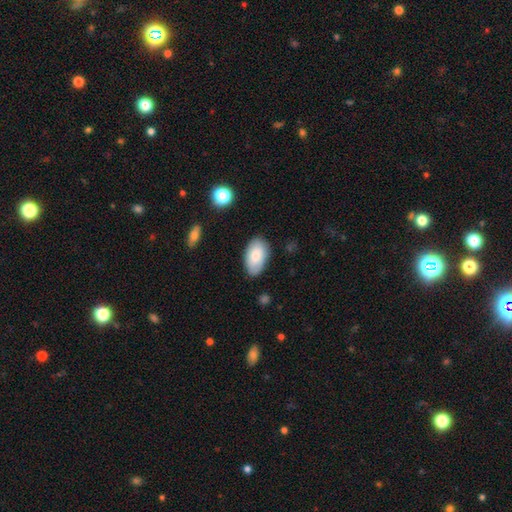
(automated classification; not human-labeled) Smooth or featured? Predicted: smooth (p=0.78). How rounded? Predicted: in between (p=0.94). Merging? Predicted: none (p=0.79).